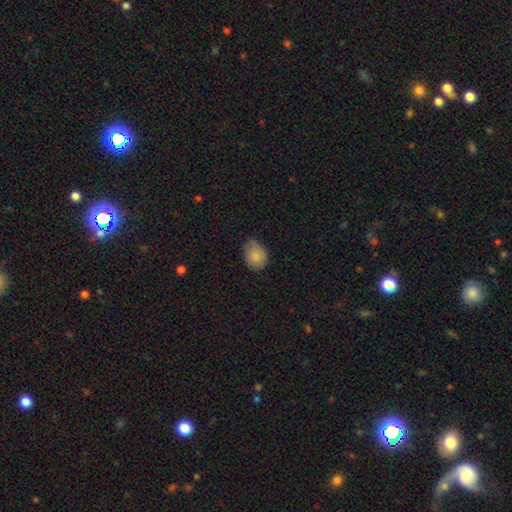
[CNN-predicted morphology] smooth 81%, featured or disk 11%, star or artifact 8%. Down the decision tree: how rounded — in between (60%); merging — none (53%).